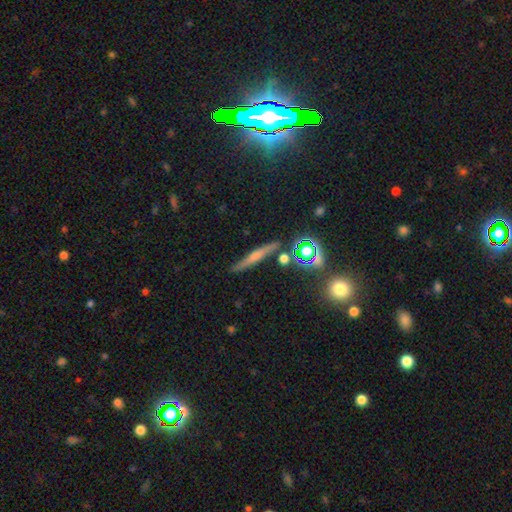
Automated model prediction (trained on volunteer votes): smooth_or_featured: featured or disk (p=0.50) [alt: smooth p=0.33]
disk_edge_on: yes (p=0.93) [alt: no p=0.07]
merging: none (p=0.85) [alt: minor disturbance p=0.09]